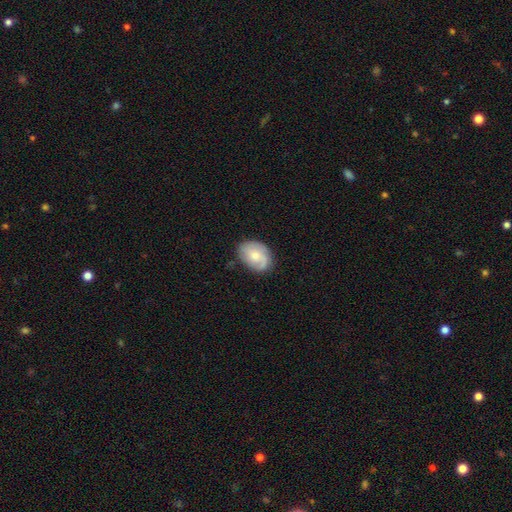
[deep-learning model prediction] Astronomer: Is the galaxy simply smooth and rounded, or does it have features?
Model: smooth — 48% (runner-up: featured or disk, 46%).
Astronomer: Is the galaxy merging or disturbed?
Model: none — 70%.